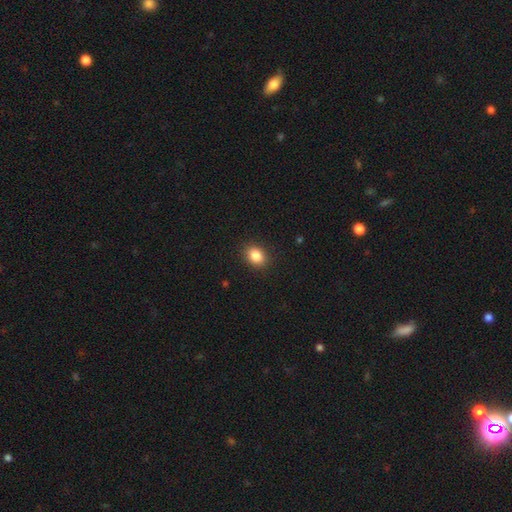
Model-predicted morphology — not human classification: A smooth galaxy with no disk features (86%) that is in between round and cigar-shaped (59%).

Vote fractions:
- Smooth or featured? smooth: 86% / star or artifact: 9% / featured or disk: 5%
- How rounded? in between: 59% / round: 40% / cigar-shaped: 1%
- Merging? none: 89% / minor disturbance: 7% / major disturbance: 2% / merger: 1%